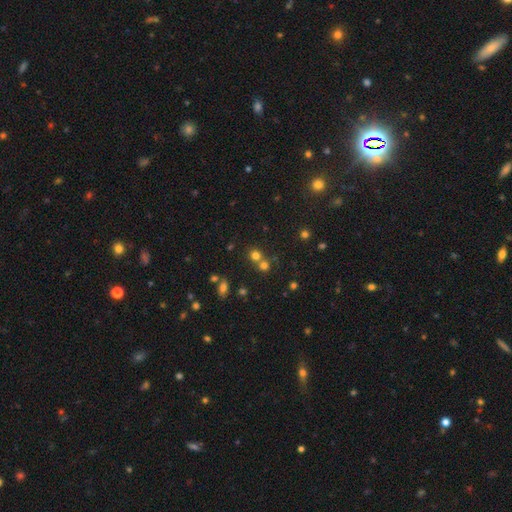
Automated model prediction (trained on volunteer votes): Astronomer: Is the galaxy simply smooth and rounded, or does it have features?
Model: smooth — 70%.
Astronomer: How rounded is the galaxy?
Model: round — 85%.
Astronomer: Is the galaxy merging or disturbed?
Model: none — 54% (runner-up: merger, 37%).